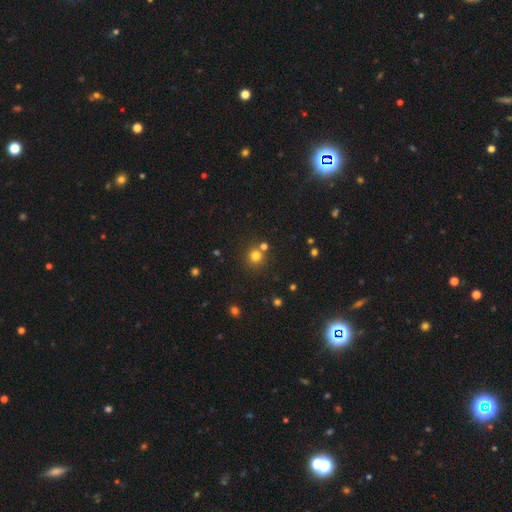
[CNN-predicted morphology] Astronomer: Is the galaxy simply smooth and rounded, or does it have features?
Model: smooth — 76%.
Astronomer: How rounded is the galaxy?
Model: round — 92%.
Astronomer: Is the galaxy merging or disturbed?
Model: none — 73%.